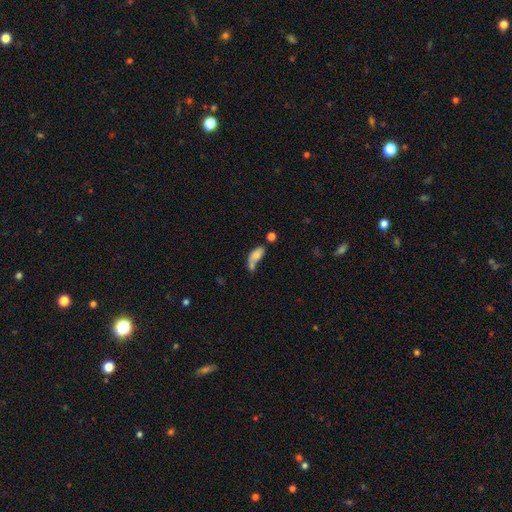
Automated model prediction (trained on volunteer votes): A smooth galaxy with no disk features (75%) that is in between round and cigar-shaped (82%).

Vote fractions:
- Smooth or featured? smooth: 75% / featured or disk: 16% / star or artifact: 10%
- How rounded? in between: 82% / cigar-shaped: 13% / round: 5%
- Merging? merger: 46% / none: 30% / minor disturbance: 15% / major disturbance: 10%